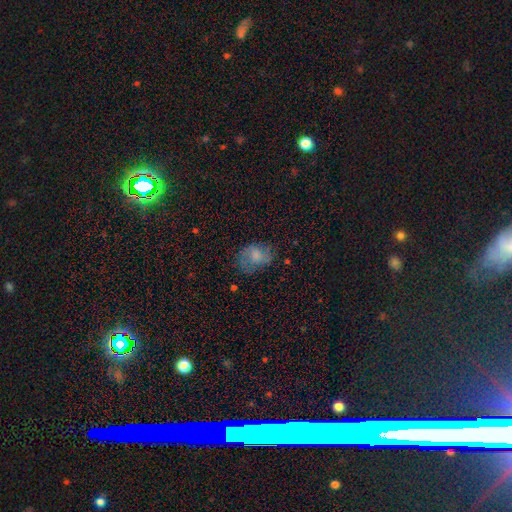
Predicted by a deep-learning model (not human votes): smooth_or_featured: smooth (p=0.63) [alt: featured or disk p=0.26]
how_rounded: in between (p=0.67) [alt: round p=0.32]
merging: none (p=0.55) [alt: minor disturbance p=0.26]